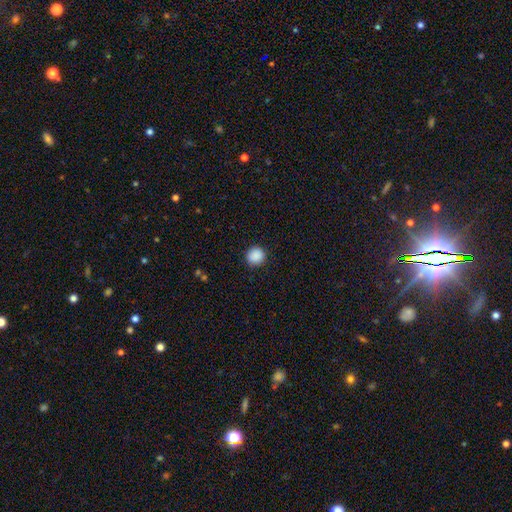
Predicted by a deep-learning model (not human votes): Q: Smooth or featured?
A: smooth (89%); runner-up: star or artifact (9%)
Q: How rounded?
A: round (93%); runner-up: in between (6%)
Q: Merging?
A: none (90%); runner-up: minor disturbance (6%)